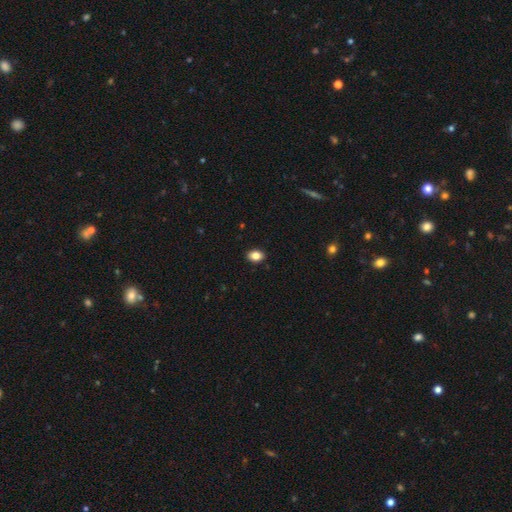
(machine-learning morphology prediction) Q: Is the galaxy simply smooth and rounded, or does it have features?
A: smooth — 85%.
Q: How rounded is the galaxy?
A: in between — 75%.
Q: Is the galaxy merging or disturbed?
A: none — 90%.